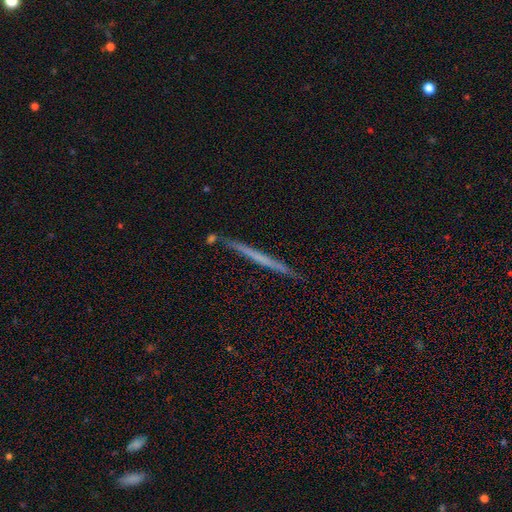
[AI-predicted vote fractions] smooth_or_featured: featured or disk (p=0.52) [alt: smooth p=0.40]
disk_edge_on: yes (p=0.97) [alt: no p=0.03]
edge_on_bulge: none (p=0.91) [alt: rounded p=0.06]
merging: none (p=0.90) [alt: minor disturbance p=0.07]